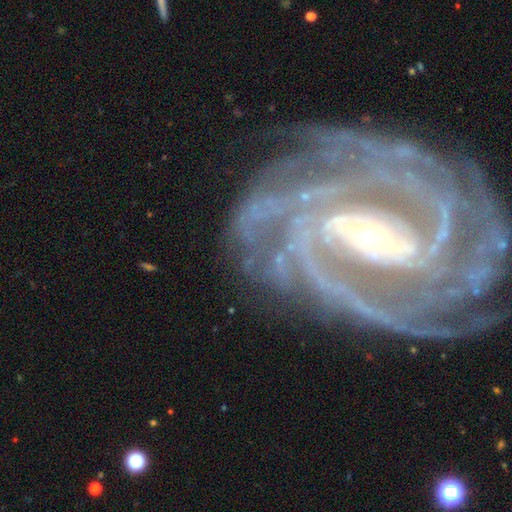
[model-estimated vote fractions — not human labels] Overall: featured or disk (92%). Edge-on disk: no (96%). Bar: strong (48%; weak 34%). Spiral arms: yes (98%). Spiral arm count: 4 (20%, tied with 2). Spiral winding: tight (72%). Bulge size: small (52%; moderate 42%). Merging: none (77%).